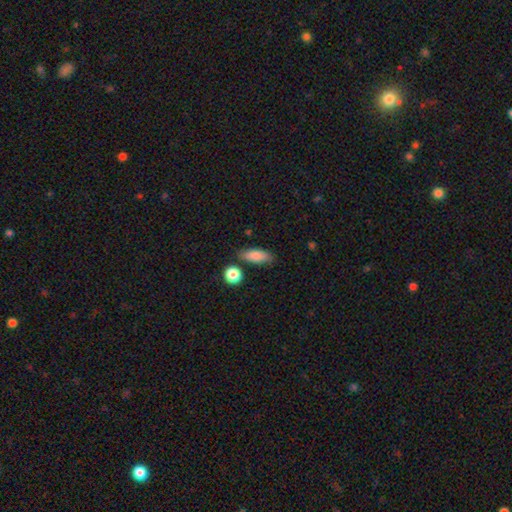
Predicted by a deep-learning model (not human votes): smooth 81%, featured or disk 11%, star or artifact 7%. Down the decision tree: how rounded — in between (72%); merging — none (78%).